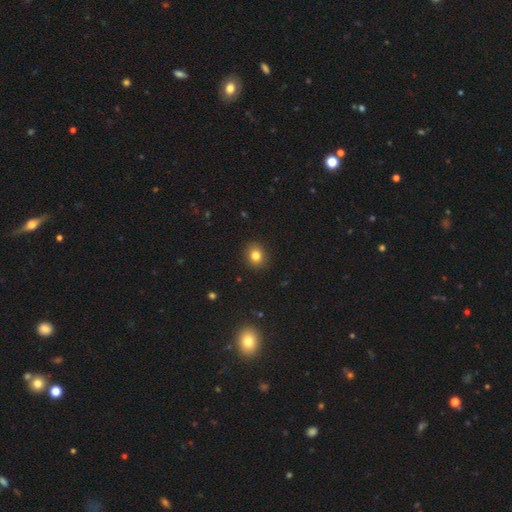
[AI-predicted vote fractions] smooth-or-featured: smooth: 81% | star or artifact: 12% | featured or disk: 7%
  how-rounded: round: 74% | in between: 25% | cigar-shaped: 1%
  merging: none: 90% | minor disturbance: 7% | major disturbance: 2% | merger: 1%